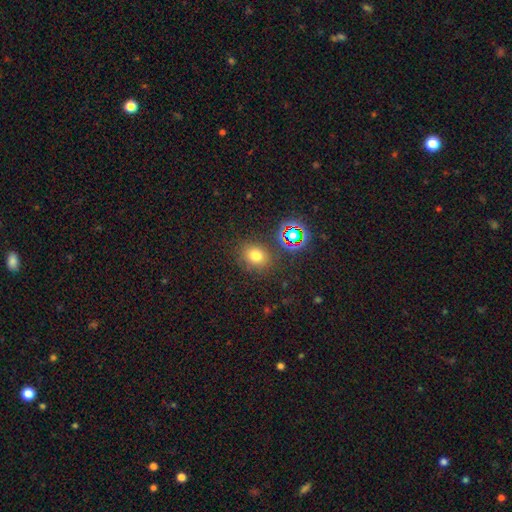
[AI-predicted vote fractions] This appears to be a smooth galaxy with no disk features (70%) that is round (66%). Merging: none (82%).